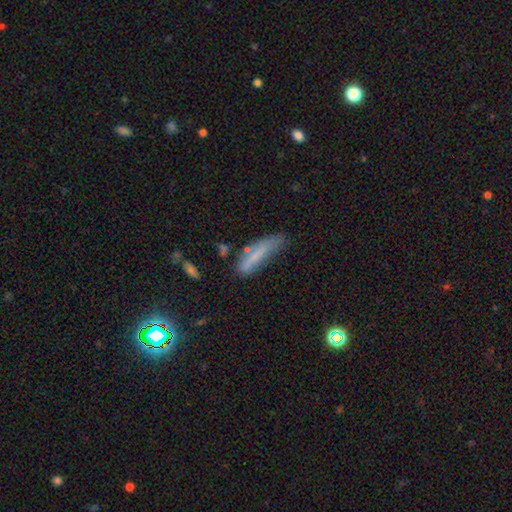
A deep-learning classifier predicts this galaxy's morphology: smooth-or-featured: smooth: 68% | featured or disk: 22% | star or artifact: 10%
  how-rounded: cigar-shaped: 79% | in between: 19% | round: 2%
  merging: none: 48% | minor disturbance: 32% | major disturbance: 15% | merger: 6%